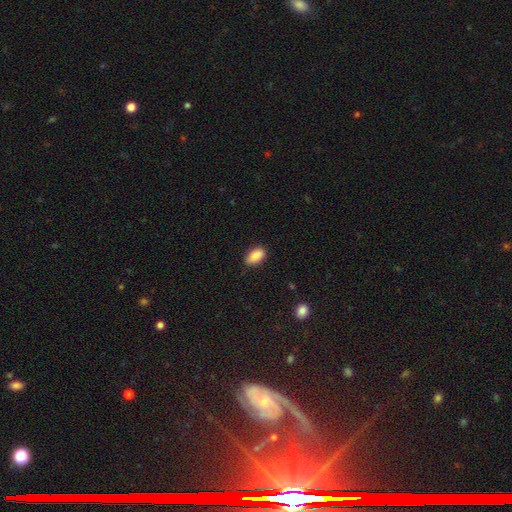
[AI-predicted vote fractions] smooth-or-featured: smooth: 89% | star or artifact: 7% | featured or disk: 4%
  how-rounded: in between: 92% | round: 5% | cigar-shaped: 3%
  merging: none: 81% | minor disturbance: 15% | major disturbance: 3% | merger: 1%